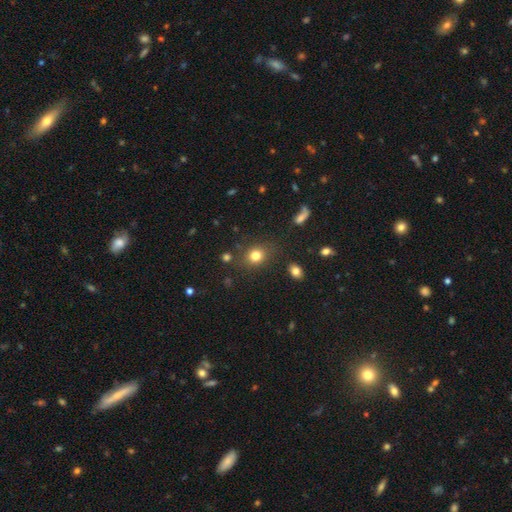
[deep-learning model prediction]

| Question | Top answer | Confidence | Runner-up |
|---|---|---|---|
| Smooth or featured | smooth | 80% | star or artifact (13%) |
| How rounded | round | 67% | in between (32%) |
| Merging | none | 80% | minor disturbance (11%) |